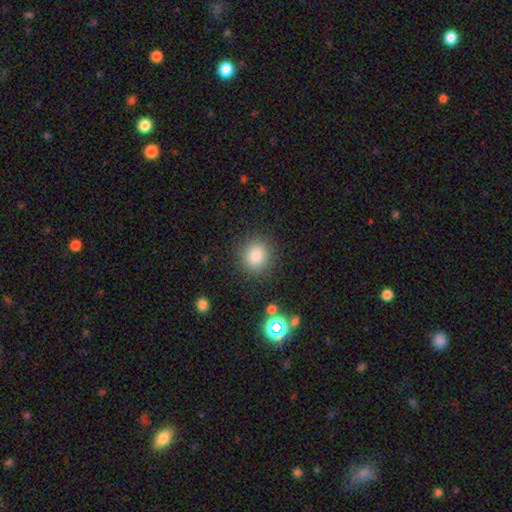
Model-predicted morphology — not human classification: Smooth or featured? Predicted: smooth (p=0.83). How rounded? Predicted: round (p=0.87). Merging? Predicted: none (p=0.87).